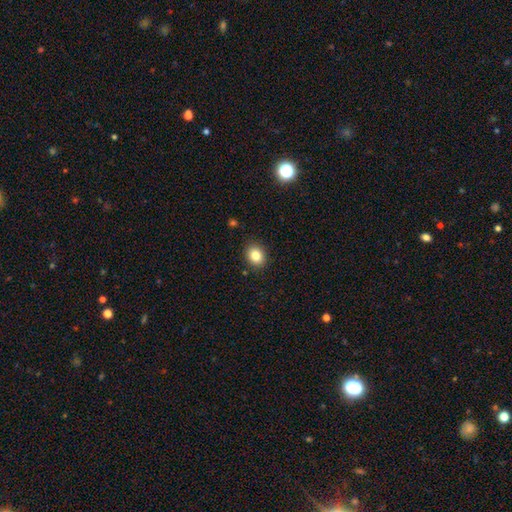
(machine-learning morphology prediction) Overall: smooth (83%). How rounded: round (57%; in between 42%). Merging: none (89%).